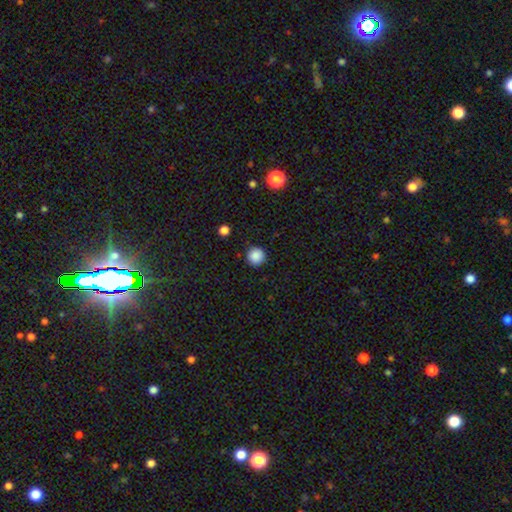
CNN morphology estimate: type=smooth (88%); roundness=round (96%); merging=none (91%).